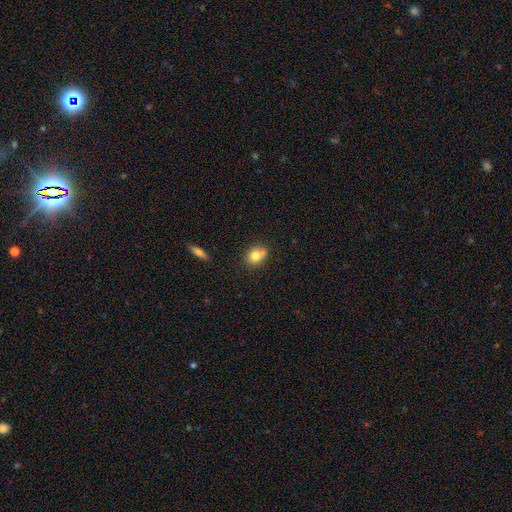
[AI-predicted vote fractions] smooth 77%, featured or disk 13%, star or artifact 10%. Down the decision tree: how rounded — round (58%); merging — none (62%).